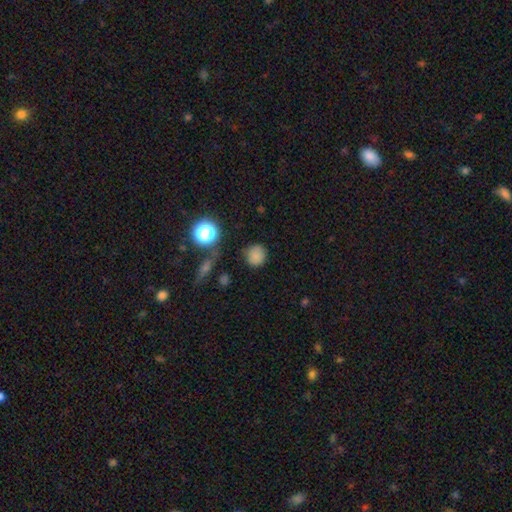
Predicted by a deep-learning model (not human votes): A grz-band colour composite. It shows a smooth galaxy with no disk features (79%) that is round (90%). Merging: none (82%).